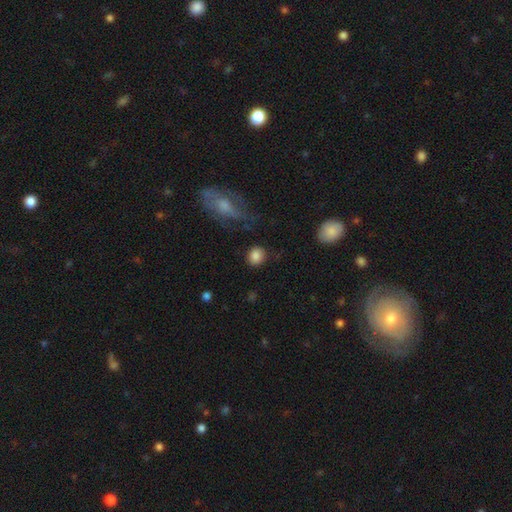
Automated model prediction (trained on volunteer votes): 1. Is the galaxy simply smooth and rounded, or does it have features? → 86% smooth, 9% star or artifact, 6% featured or disk.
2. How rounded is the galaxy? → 74% round, 24% in between, 1% cigar-shaped.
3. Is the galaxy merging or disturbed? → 82% none, 11% minor disturbance, 4% major disturbance, 3% merger.